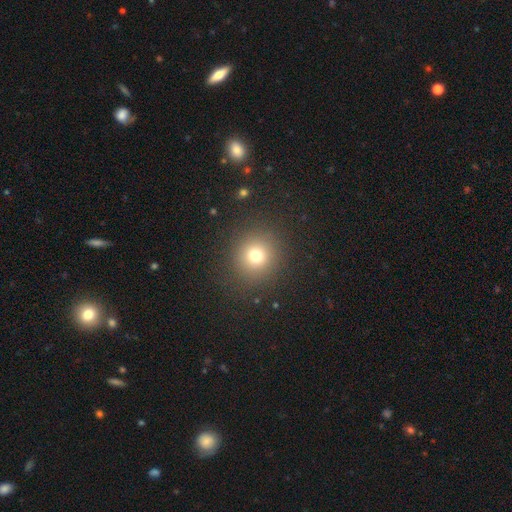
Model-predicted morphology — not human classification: type=smooth (74%); roundness=round (91%); merging=none (88%).